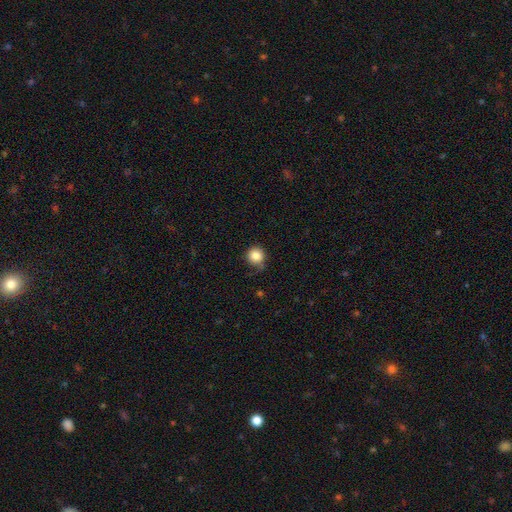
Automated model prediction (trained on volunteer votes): Smooth or featured? smooth (85%)
How rounded? round (92%)
Merging? none (73%)